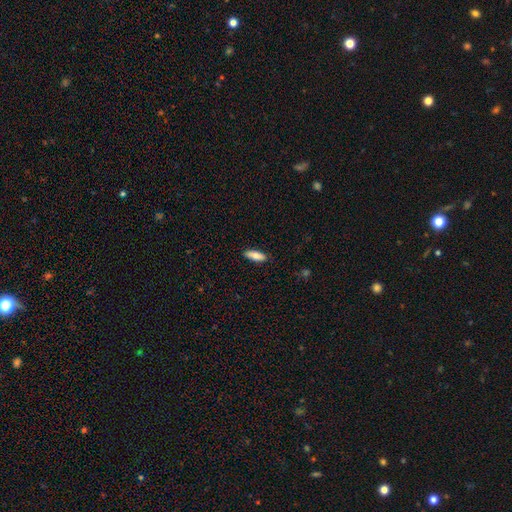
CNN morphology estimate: Smooth or featured? smooth (79%)
How rounded? in between (63%)
Merging? none (88%)